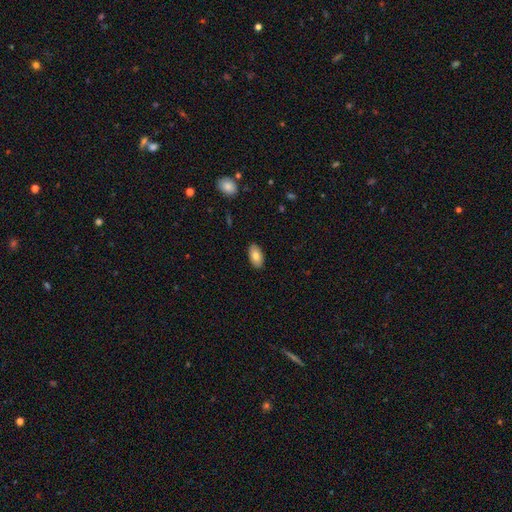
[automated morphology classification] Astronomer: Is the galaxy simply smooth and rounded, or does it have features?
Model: smooth — 80%.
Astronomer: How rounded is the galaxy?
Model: in between — 94%.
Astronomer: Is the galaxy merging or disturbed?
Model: none — 89%.